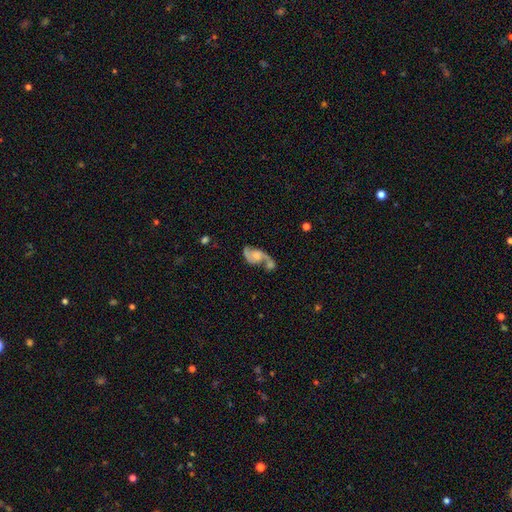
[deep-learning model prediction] Overall: featured or disk (77%). Edge-on disk: no (96%). Bar: no (66%; weak 28%). Spiral arms: yes (91%). Spiral arm count: 2 (86%). Spiral winding: loose (59%; medium 33%). Bulge size: moderate (32%; small 31%). Merging: merger (46%; none 28%).